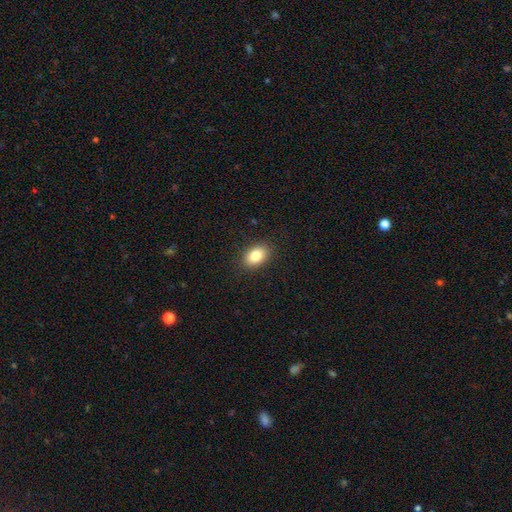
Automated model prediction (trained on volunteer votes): Morphology: type=smooth (83%); roundness=in between (85%); merging=none (89%).